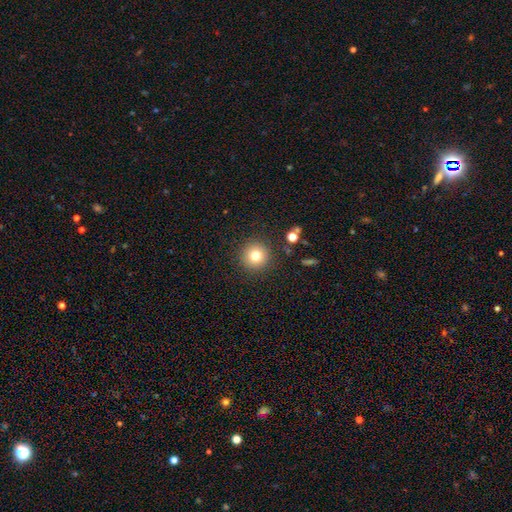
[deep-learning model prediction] This appears to be a smooth galaxy with no disk features (78%) that is round (95%). Merging: none (90%).